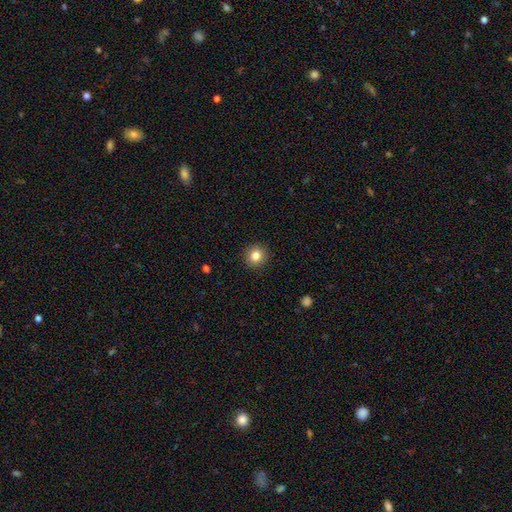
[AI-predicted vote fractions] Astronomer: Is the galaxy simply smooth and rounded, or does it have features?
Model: smooth — 83%.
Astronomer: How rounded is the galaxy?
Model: round — 93%.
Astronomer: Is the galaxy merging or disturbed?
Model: none — 92%.